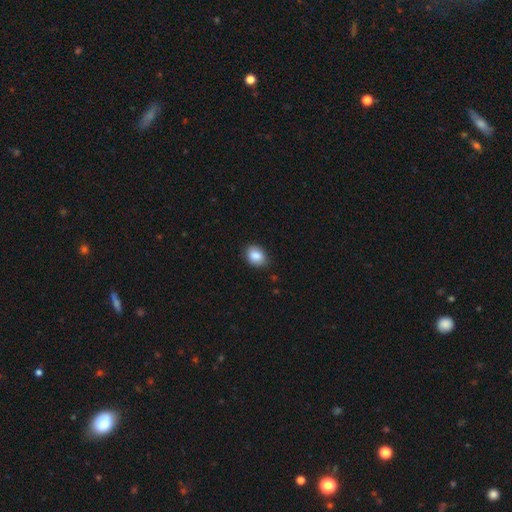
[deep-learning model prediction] This is clearly a smooth galaxy (87%). How rounded: likely in between (65%). Merging: clearly none (81%).